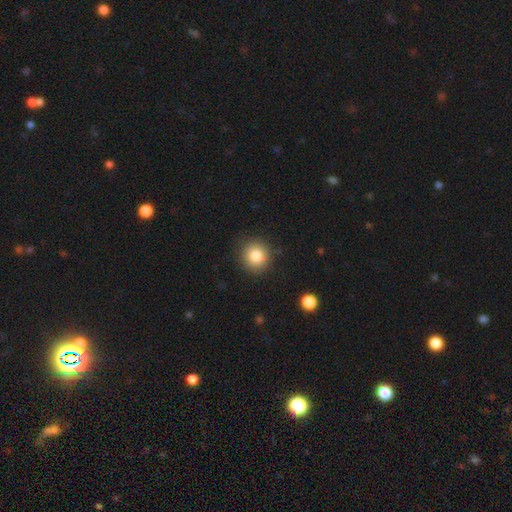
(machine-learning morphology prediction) Overall: smooth (83%). How rounded: round (90%). Merging: none (89%).